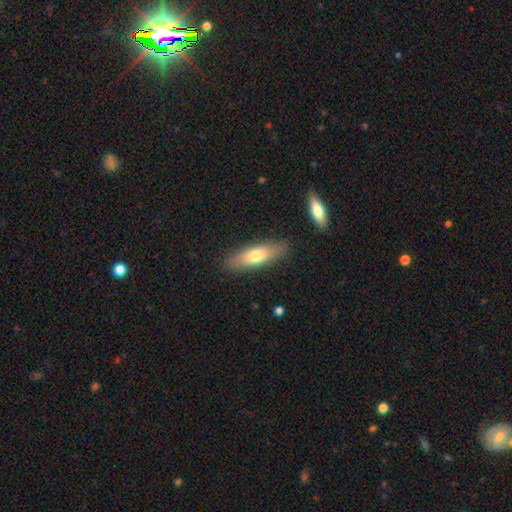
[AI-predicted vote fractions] This is likely a smooth galaxy (67%). How rounded: possibly cigar-shaped (53%). Merging: clearly none (86%).